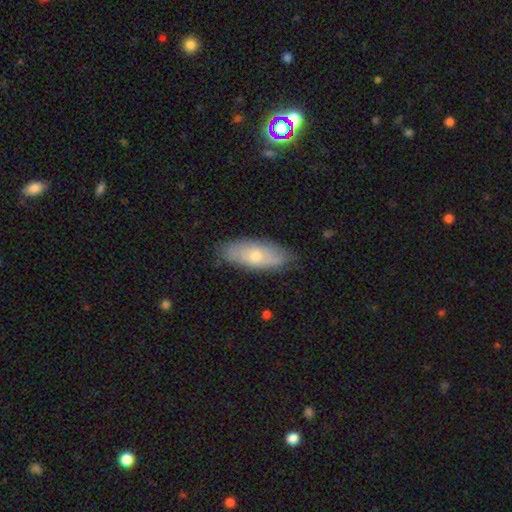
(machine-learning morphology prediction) Smooth or featured? Predicted: smooth (p=0.62). How rounded? Predicted: in between (p=0.74). Merging? Predicted: none (p=0.80).